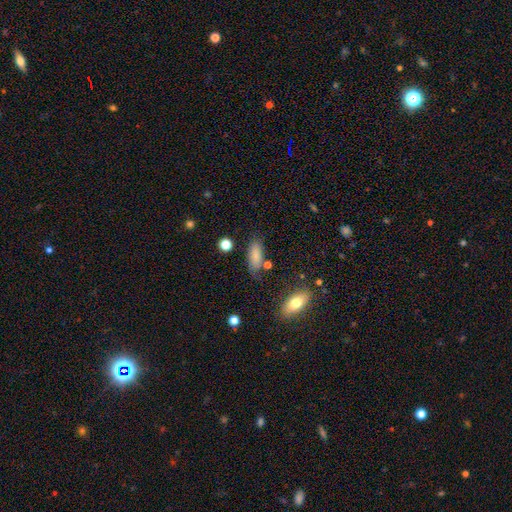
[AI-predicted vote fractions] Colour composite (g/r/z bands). It shows a smooth galaxy with no disk features (82%) that is in between round and cigar-shaped (76%). Merging: none (72%).